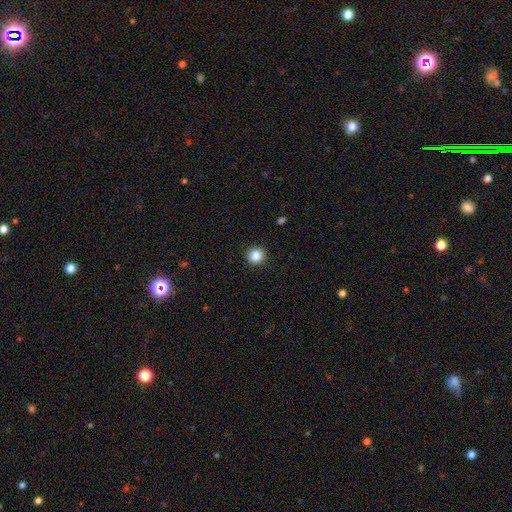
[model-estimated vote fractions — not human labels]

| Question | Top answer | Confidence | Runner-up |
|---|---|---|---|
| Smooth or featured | smooth | 84% | star or artifact (11%) |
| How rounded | round | 95% | in between (5%) |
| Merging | none | 93% | minor disturbance (4%) |